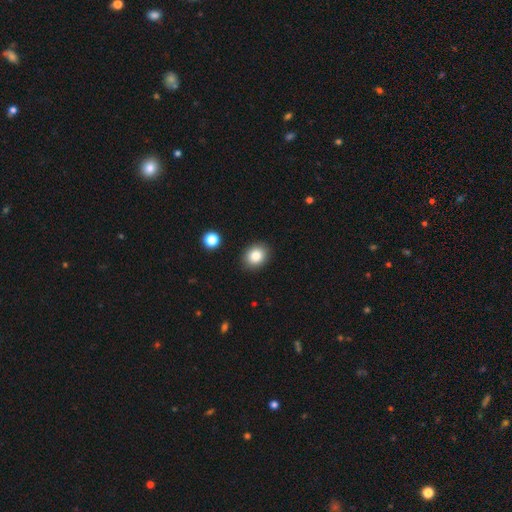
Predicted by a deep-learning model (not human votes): A smooth galaxy with no disk features (84%) that is round (55%). Merging: none (87%).